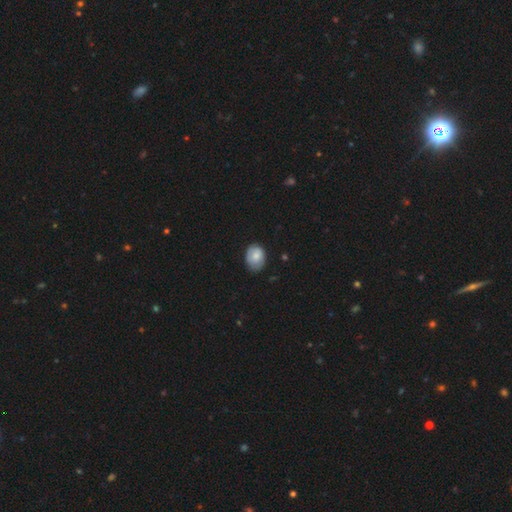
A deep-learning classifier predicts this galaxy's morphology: smooth 77%, featured or disk 16%, star or artifact 7%. Down the decision tree: how rounded — in between (64%); merging — none (68%).